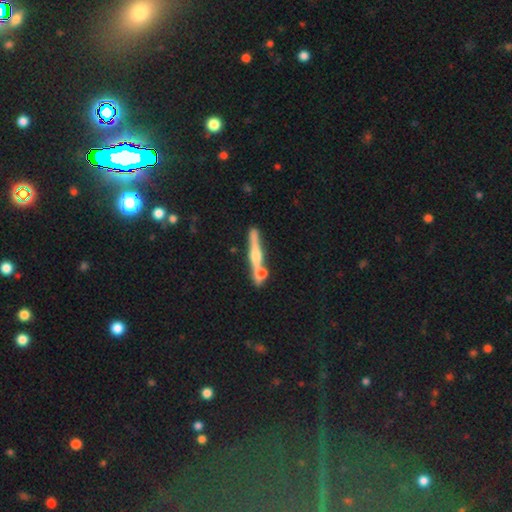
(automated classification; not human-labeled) Smooth or featured: featured or disk — 64% (smooth — 29%)
Edge-on disk: yes — 95% (no — 5%)
Edge-on bulge: rounded — 82% (none — 10%)
Merging: none — 64% (merger — 22%)